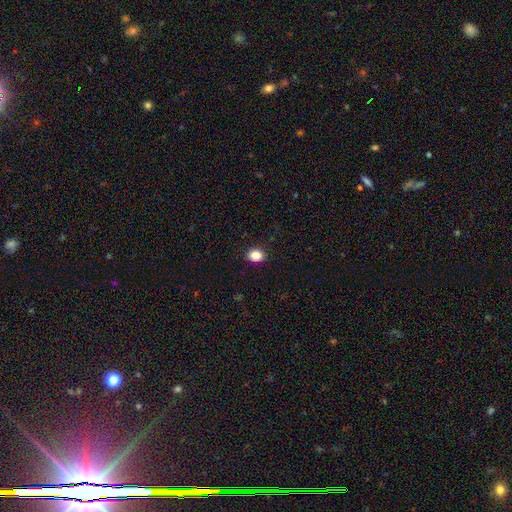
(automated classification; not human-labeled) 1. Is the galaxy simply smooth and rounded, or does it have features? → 85% smooth, 10% star or artifact, 5% featured or disk.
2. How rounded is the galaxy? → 54% round, 46% in between, 1% cigar-shaped.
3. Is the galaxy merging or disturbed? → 92% none, 6% minor disturbance, 2% major disturbance, 1% merger.